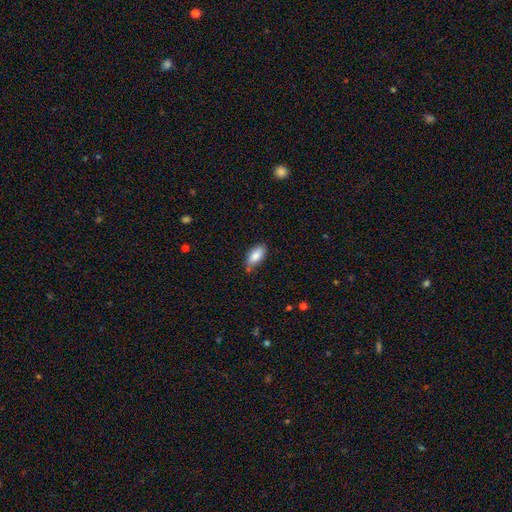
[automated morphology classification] smooth-or-featured: smooth: 85% | featured or disk: 8% | star or artifact: 7%
  how-rounded: in between: 87% | cigar-shaped: 11% | round: 2%
  merging: none: 73% | minor disturbance: 20% | major disturbance: 3% | merger: 3%